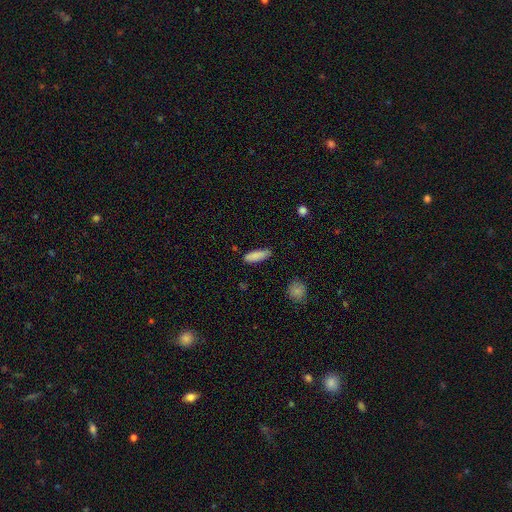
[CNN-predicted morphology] Q: Smooth or featured?
A: smooth (86%); runner-up: featured or disk (7%)
Q: How rounded?
A: in between (54%); runner-up: cigar-shaped (45%)
Q: Merging?
A: none (77%); runner-up: minor disturbance (18%)